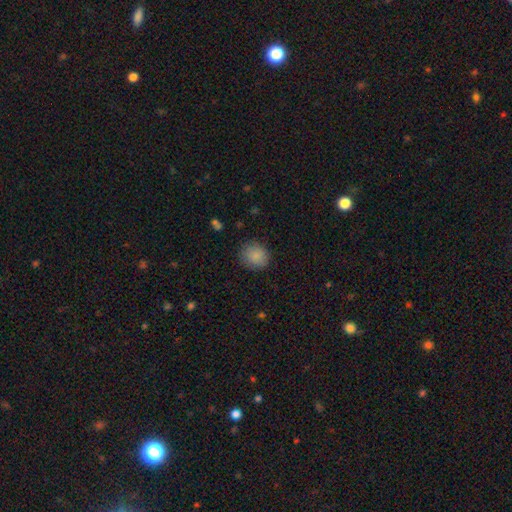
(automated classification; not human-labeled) The model was most divided on "how rounded": round: 79%, in between: 21%, cigar-shaped: 1%. More confident: smooth or featured — smooth (86%); merging — none (84%).